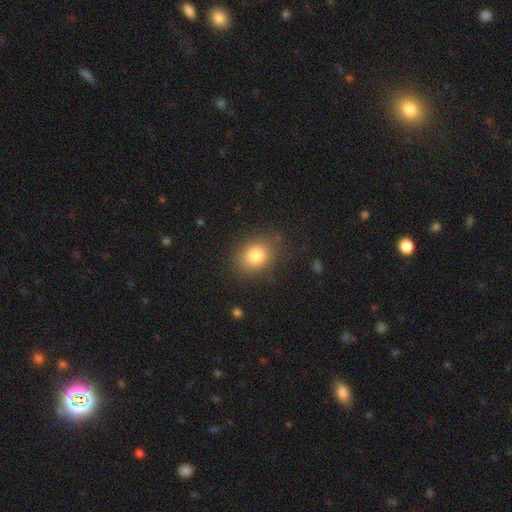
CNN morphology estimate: smooth_or_featured: smooth (p=0.80) [alt: star or artifact p=0.13]
how_rounded: round (p=0.55) [alt: in between p=0.44]
merging: none (p=0.87) [alt: minor disturbance p=0.09]